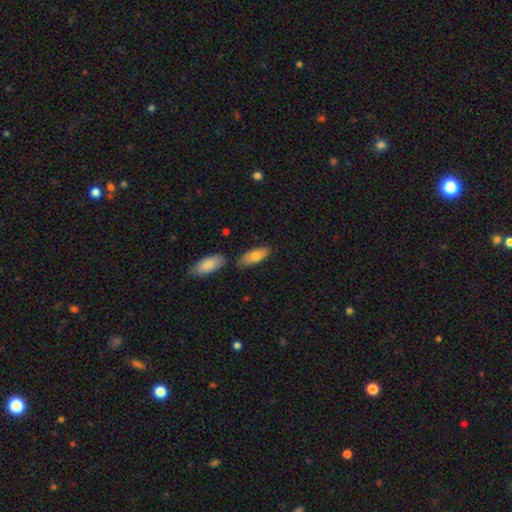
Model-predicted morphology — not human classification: Q: Smooth or featured?
A: smooth (74%); runner-up: featured or disk (20%)
Q: How rounded?
A: in between (82%); runner-up: cigar-shaped (16%)
Q: Merging?
A: none (70%); runner-up: minor disturbance (16%)